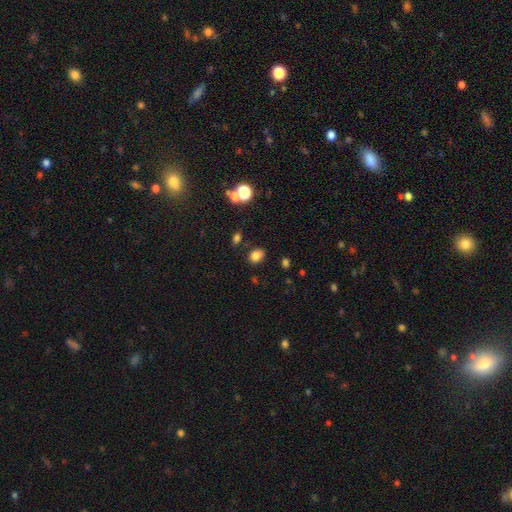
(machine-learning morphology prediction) Q: Smooth or featured?
A: smooth (79%); runner-up: star or artifact (14%)
Q: How rounded?
A: in between (62%); runner-up: round (37%)
Q: Merging?
A: none (78%); runner-up: minor disturbance (13%)